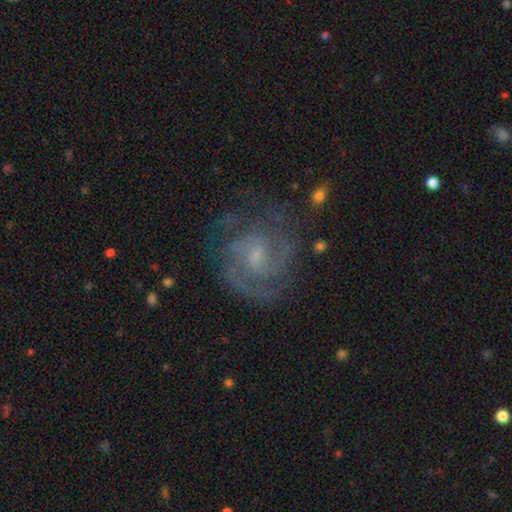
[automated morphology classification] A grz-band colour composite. It shows a featured or disk galaxy (84%) with a weak bar (48%), 2 (41%) tight (48%) spiral arms (96%) and a small central bulge (59%). Merging: none (71%).